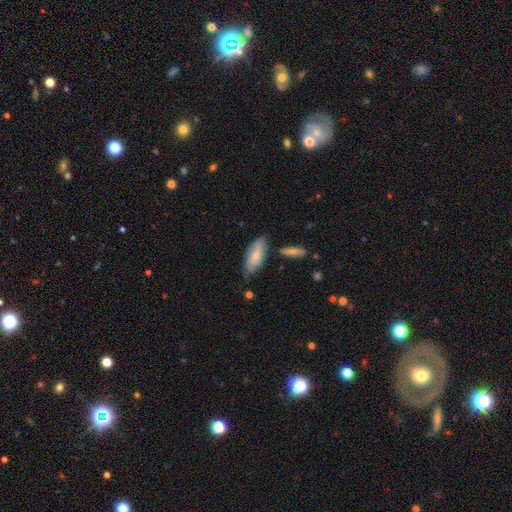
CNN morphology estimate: Smooth or featured? Predicted: smooth (p=0.71). How rounded? Predicted: in between (p=0.81). Merging? Predicted: none (p=0.61).